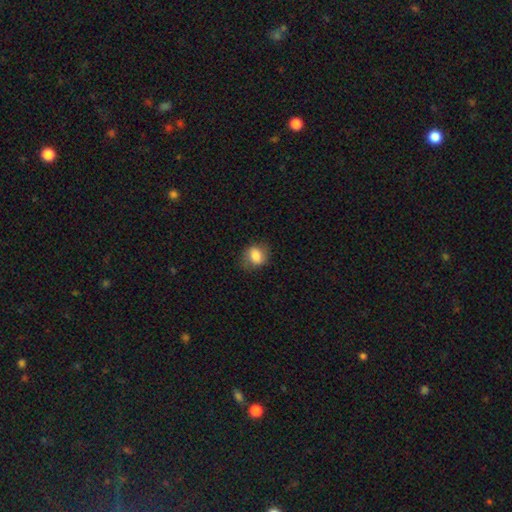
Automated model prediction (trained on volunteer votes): smooth-or-featured: smooth: 80% | featured or disk: 12% | star or artifact: 9%
  how-rounded: round: 56% | in between: 43% | cigar-shaped: 1%
  merging: none: 74% | minor disturbance: 19% | major disturbance: 6% | merger: 1%